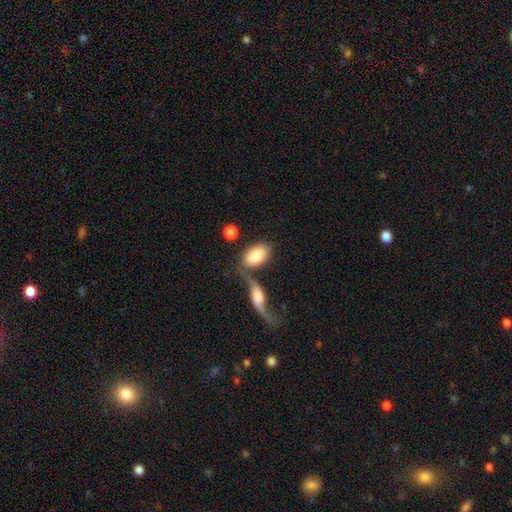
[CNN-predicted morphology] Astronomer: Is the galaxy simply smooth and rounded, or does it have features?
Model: smooth — 82%.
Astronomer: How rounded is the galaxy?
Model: in between — 92%.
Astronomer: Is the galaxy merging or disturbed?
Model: none — 50% (runner-up: merger, 29%).